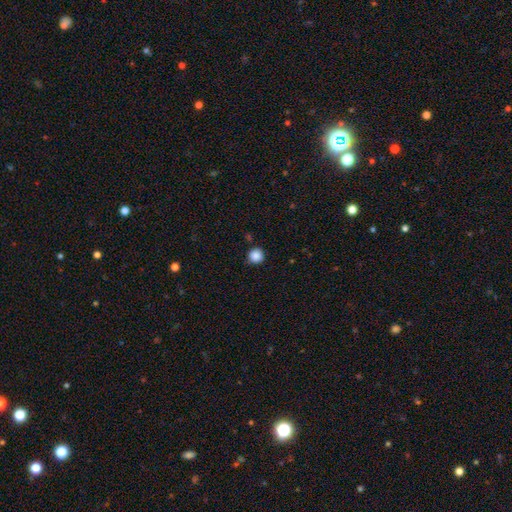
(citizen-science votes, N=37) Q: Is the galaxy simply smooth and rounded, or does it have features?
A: smooth — 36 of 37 (97%).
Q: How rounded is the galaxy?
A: round — 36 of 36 (100%).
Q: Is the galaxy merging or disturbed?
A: none — 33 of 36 (92%).